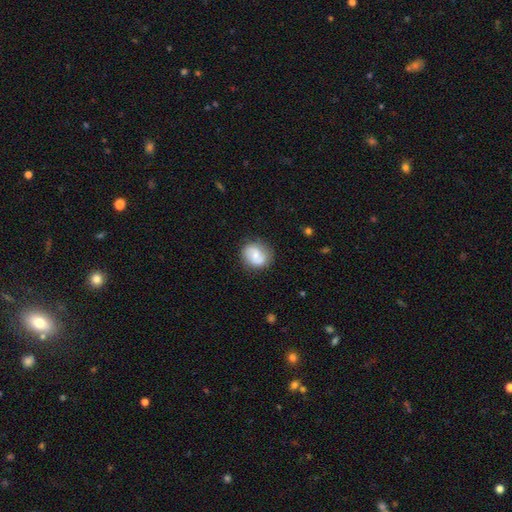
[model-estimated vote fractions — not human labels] A smooth galaxy with no disk features (54%) that is round (69%).

Vote fractions:
- Smooth or featured? smooth: 54% / featured or disk: 39% / star or artifact: 8%
- How rounded? round: 69% / in between: 30% / cigar-shaped: 1%
- Merging? none: 75% / minor disturbance: 18% / major disturbance: 5% / merger: 2%